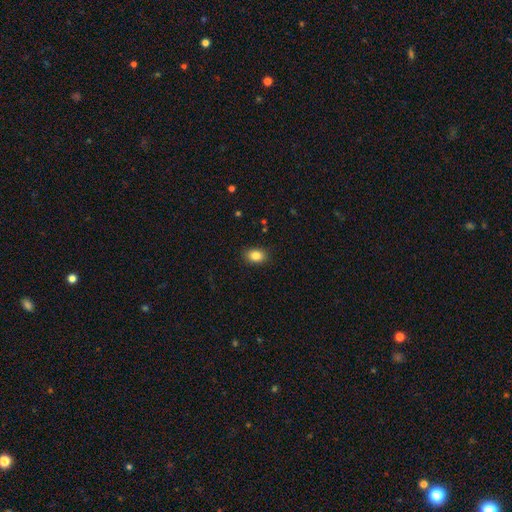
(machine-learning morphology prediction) smooth 85%, star or artifact 9%, featured or disk 6%. Down the decision tree: how rounded — in between (74%); merging — none (89%).